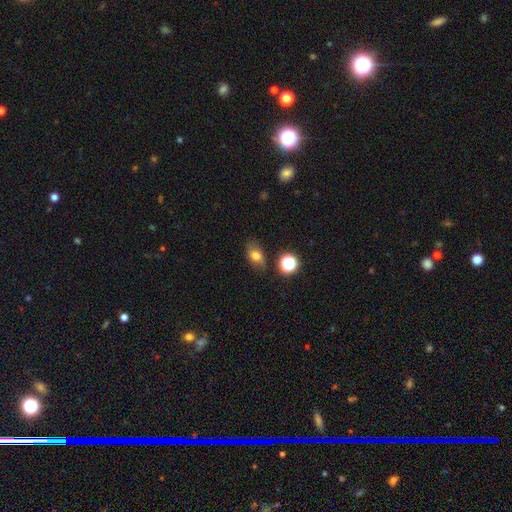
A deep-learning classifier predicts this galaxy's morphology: smooth 73%, featured or disk 14%, star or artifact 13%. Down the decision tree: how rounded — in between (80%); merging — none (76%).